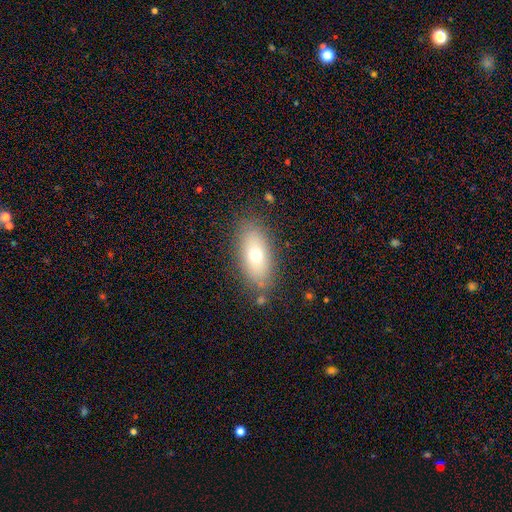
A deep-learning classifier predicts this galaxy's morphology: This appears to be a smooth galaxy with no disk features (67%) that is in between round and cigar-shaped (83%). Merging: none (82%).